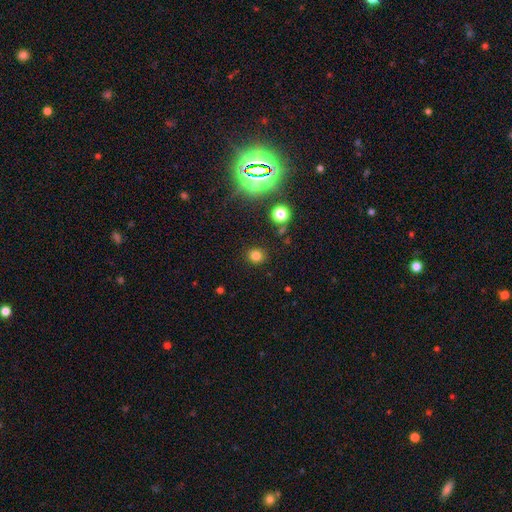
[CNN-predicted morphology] type=smooth (77%); roundness=round (83%); merging=none (89%).